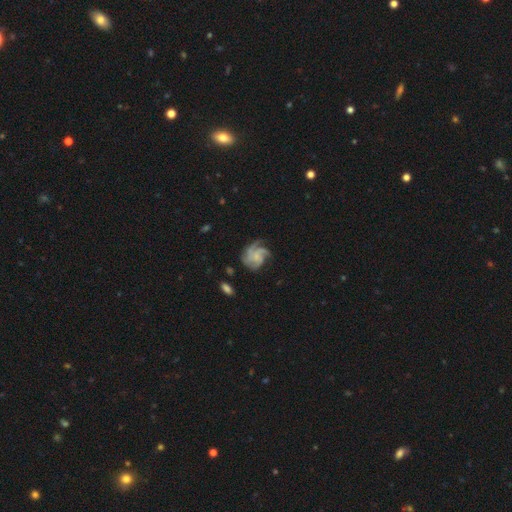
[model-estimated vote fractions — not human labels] A featured or disk galaxy (83%) with no bar (70%), 3 (43%) tight (44%) spiral arms (97%) and a small central bulge (54%). Merging: none (65%).